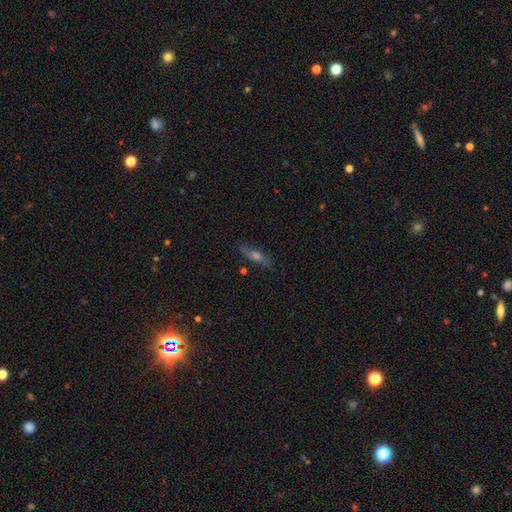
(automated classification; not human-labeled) Smooth or featured? Predicted: featured or disk (p=0.46). Merging? Predicted: none (p=0.78).